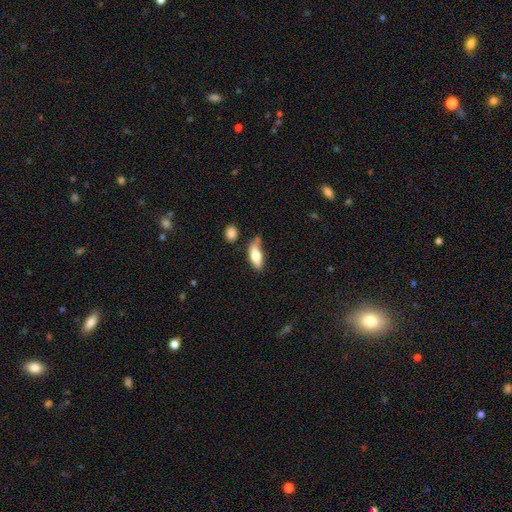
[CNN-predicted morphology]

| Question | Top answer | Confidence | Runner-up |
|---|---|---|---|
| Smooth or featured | smooth | 74% | featured or disk (19%) |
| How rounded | in between | 78% | cigar-shaped (19%) |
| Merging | none | 40% | minor disturbance (36%) |